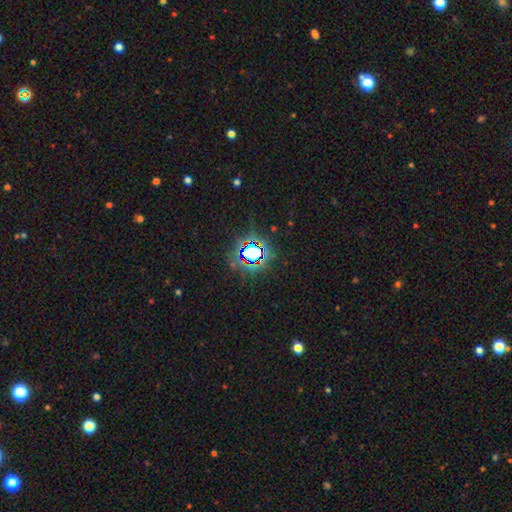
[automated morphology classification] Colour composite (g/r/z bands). It shows a star or artifact, not a galaxy (73%).